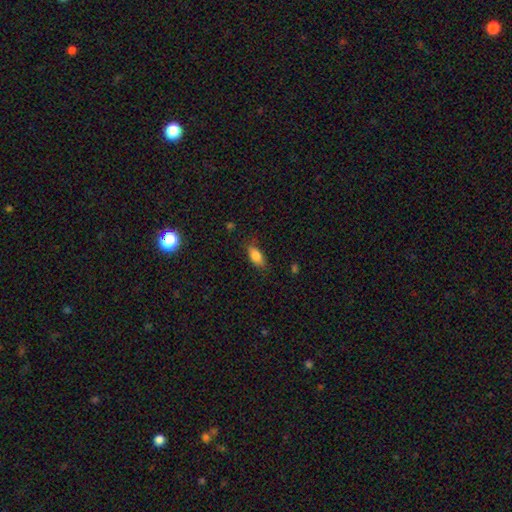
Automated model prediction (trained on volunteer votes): smooth_or_featured: smooth (p=0.83) [alt: featured or disk p=0.09]
how_rounded: in between (p=0.85) [alt: cigar-shaped p=0.10]
merging: none (p=0.76) [alt: minor disturbance p=0.18]